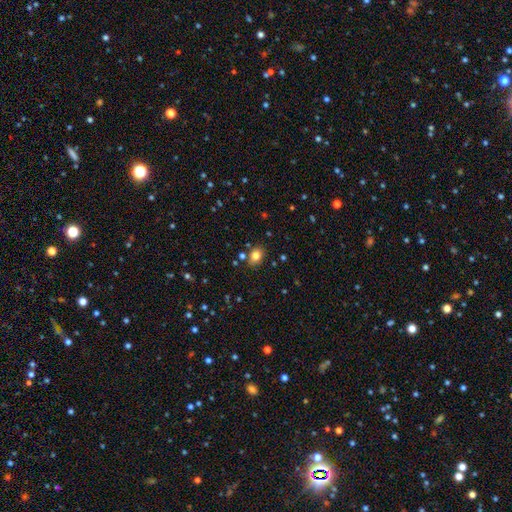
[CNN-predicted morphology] smooth_or_featured: smooth (p=0.79) [alt: star or artifact p=0.12]
how_rounded: in between (p=0.59) [alt: round p=0.40]
merging: none (p=0.82) [alt: minor disturbance p=0.11]